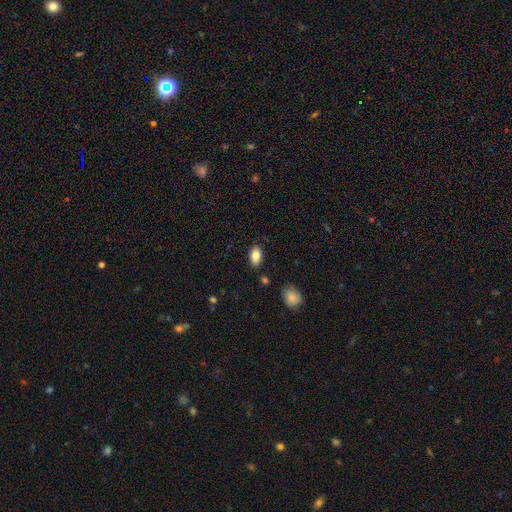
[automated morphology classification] Smooth or featured: smooth — 84% (featured or disk — 9%)
How rounded: in between — 91% (round — 7%)
Merging: none — 85% (minor disturbance — 11%)